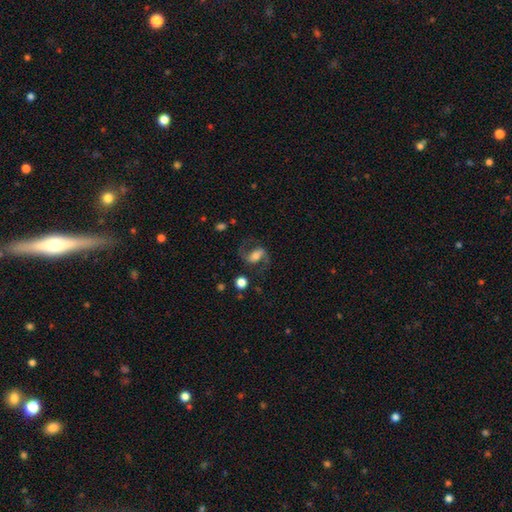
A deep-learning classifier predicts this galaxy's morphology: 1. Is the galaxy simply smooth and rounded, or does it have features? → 75% featured or disk, 17% smooth, 8% star or artifact.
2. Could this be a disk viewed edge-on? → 96% no, 4% yes.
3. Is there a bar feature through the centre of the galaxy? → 39% strong, 38% weak, 23% no.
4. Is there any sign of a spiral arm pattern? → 93% yes, 7% no.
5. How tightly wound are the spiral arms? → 48% medium, 43% loose, 9% tight.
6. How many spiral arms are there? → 92% 2, 3% can't tell, 2% 1, 1% 3, 1% 4, 1% more than 4.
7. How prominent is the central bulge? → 51% moderate, 24% small, 18% large, 4% none, 2% dominant.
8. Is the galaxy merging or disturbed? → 72% none, 14% minor disturbance, 12% major disturbance, 2% merger.